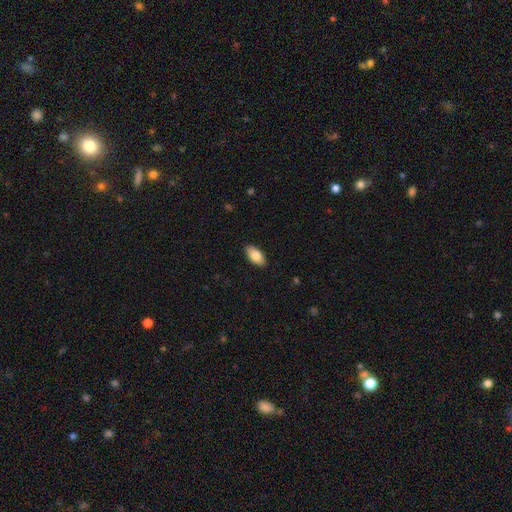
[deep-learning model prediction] Smooth or featured? Predicted: smooth (p=0.81). How rounded? Predicted: in between (p=0.93). Merging? Predicted: none (p=0.88).